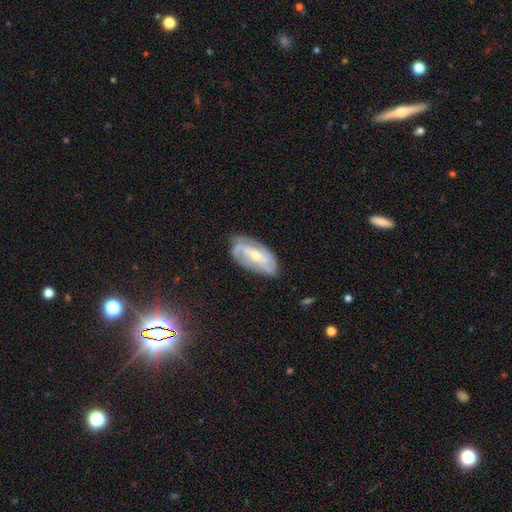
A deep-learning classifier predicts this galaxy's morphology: A featured or disk galaxy (78%) with no bar (45%), 2 (41%) tight (50%) spiral arms (89%) and a moderate central bulge (51%).

Vote fractions:
- Smooth or featured? featured or disk: 78% / smooth: 15% / star or artifact: 7%
- Edge-on disk? no: 93% / yes: 7%
- Bar? no: 45% / weak: 35% / strong: 19%
- Spiral arms? yes: 89% / no: 11%
- Spiral winding? tight: 50% / medium: 35% / loose: 15%
- Spiral arm count? 2: 41% / can't tell: 30% / 3: 16% / 1: 5% / 4: 4% / more than 4: 3%
- Bulge size? moderate: 51% / small: 46% / large: 2% / none: 1% / dominant: 1%
- Merging? none: 69% / minor disturbance: 23% / major disturbance: 7% / merger: 2%